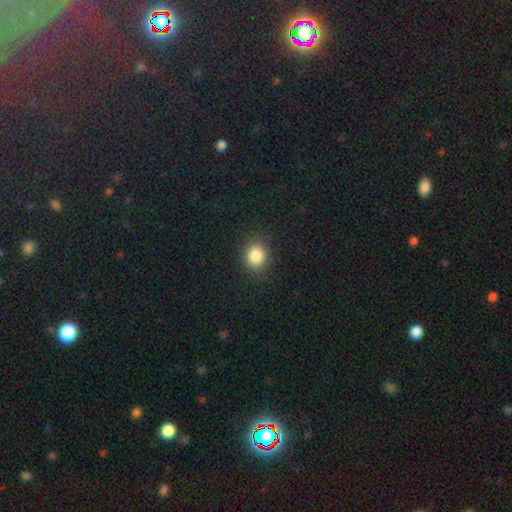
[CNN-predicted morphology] Smooth or featured?
  - smooth: 85% *
  - star or artifact: 10%
  - featured or disk: 4%
How rounded?
  - round: 61% *
  - in between: 38%
  - cigar-shaped: 1%
Merging?
  - none: 88% *
  - minor disturbance: 8%
  - major disturbance: 3%
  - merger: 1%